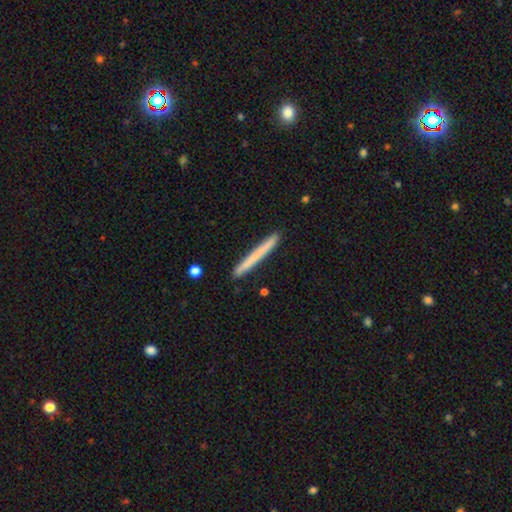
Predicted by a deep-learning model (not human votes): A smooth galaxy with no disk features (67%) that is cigar-shaped (97%). Merging: none (92%).